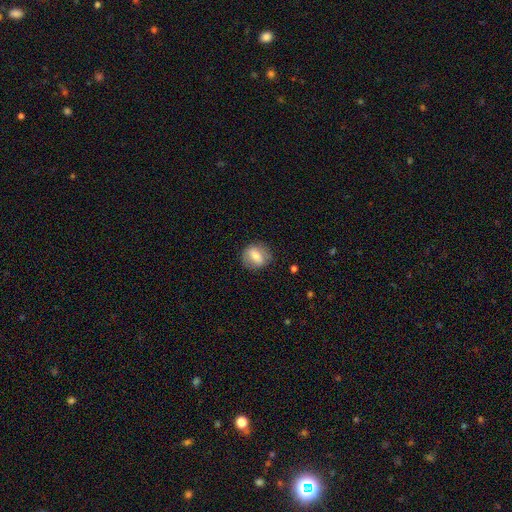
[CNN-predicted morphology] Smooth or featured? smooth (66%)
How rounded? round (62%)
Merging? none (80%)